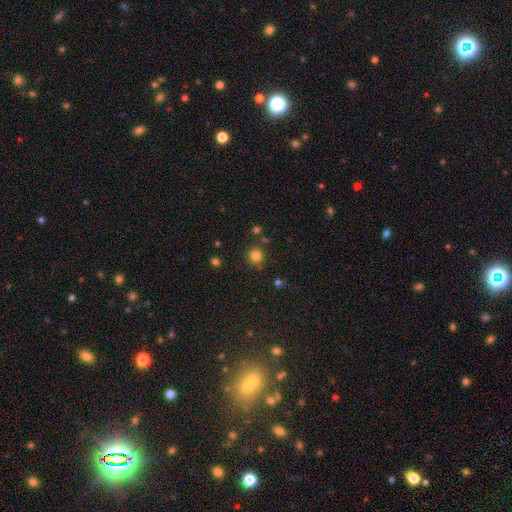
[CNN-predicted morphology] Q: Smooth or featured?
A: smooth (80%); runner-up: star or artifact (14%)
Q: How rounded?
A: round (92%); runner-up: in between (7%)
Q: Merging?
A: none (82%); runner-up: minor disturbance (9%)